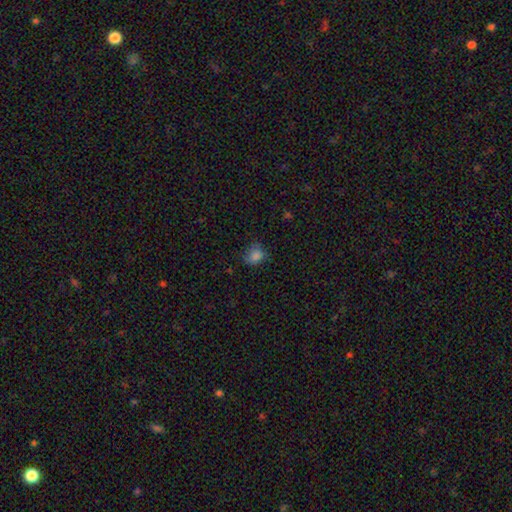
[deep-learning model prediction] Morphology: type=smooth (80%); roundness=round (50%); merging=none (60%).